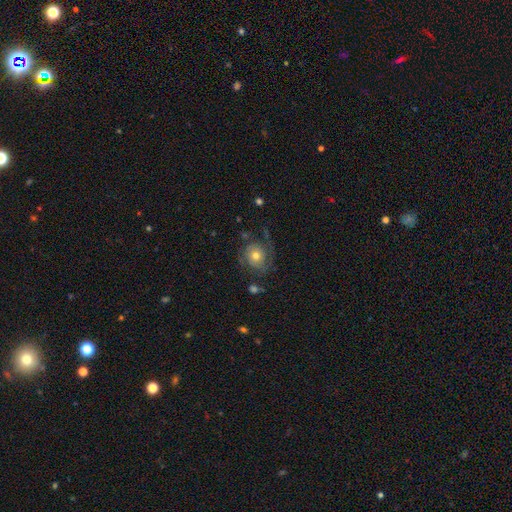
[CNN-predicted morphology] featured or disk 53%, smooth 37%, star or artifact 9%. Down the decision tree: edge-on disk — no (97%); bar — no (84%); spiral arms — yes (76%); bulge size — moderate (68%); merging — none (60%).